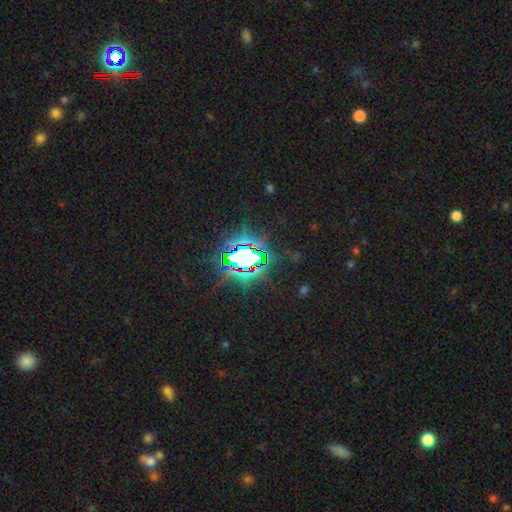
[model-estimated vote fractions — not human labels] smooth-or-featured: star or artifact: 82% | smooth: 10% | featured or disk: 8%